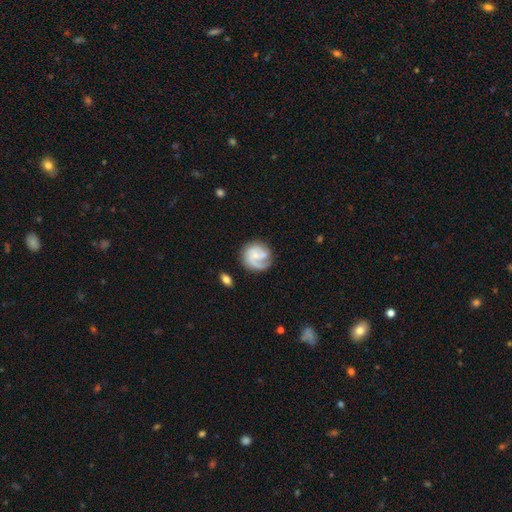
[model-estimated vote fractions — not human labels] Smooth or featured? featured or disk (71%)
Edge-on disk? no (98%)
Bar? no (62%)
Spiral arms? yes (92%)
Spiral winding? tight (40%)
Spiral arm count? 1 (51%)
Bulge size? small (57%)
Merging? none (64%)